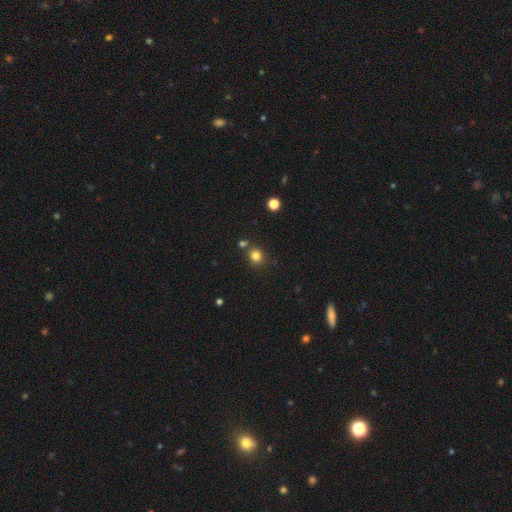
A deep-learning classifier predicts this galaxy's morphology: type=smooth (81%); roundness=round (85%); merging=none (77%).